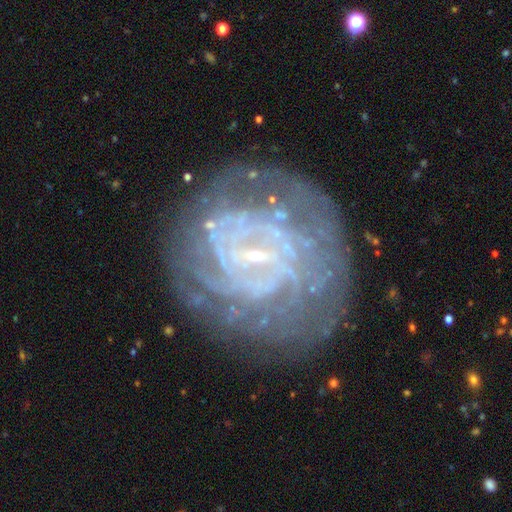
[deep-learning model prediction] Smooth or featured? featured or disk (81%)
Edge-on disk? no (97%)
Bar? weak (46%)
Spiral arms? yes (88%)
Spiral winding? tight (74%)
Spiral arm count? can't tell (45%)
Bulge size? small (83%)
Merging? none (75%)